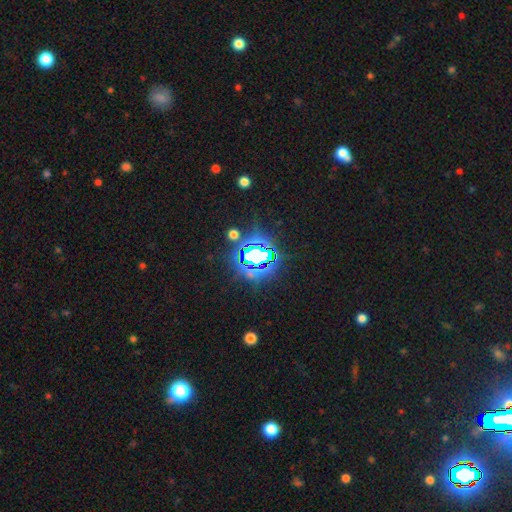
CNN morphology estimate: Overall: star or artifact (72%).